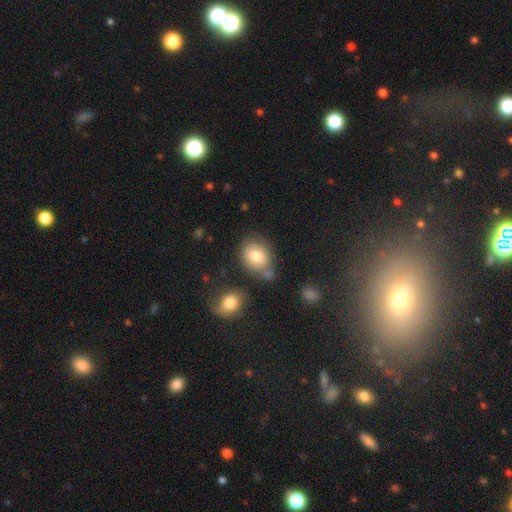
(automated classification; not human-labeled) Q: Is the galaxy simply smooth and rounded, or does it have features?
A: smooth — 79%.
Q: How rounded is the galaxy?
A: round — 58%.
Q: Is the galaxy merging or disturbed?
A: none — 61%.